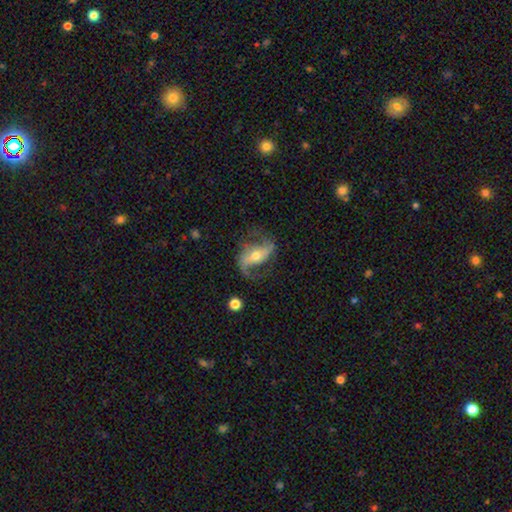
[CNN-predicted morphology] This is clearly a featured or disk galaxy (86%). It is clearly not viewed edge-on (95%). Bar: possibly strong (47%). Spiral arm pattern: clearly yes (94%). Spiral arm count: clearly 2 (89%). Spiral winding: likely loose (62%). Central bulge: likely moderate (60%). Merging: likely none (70%).